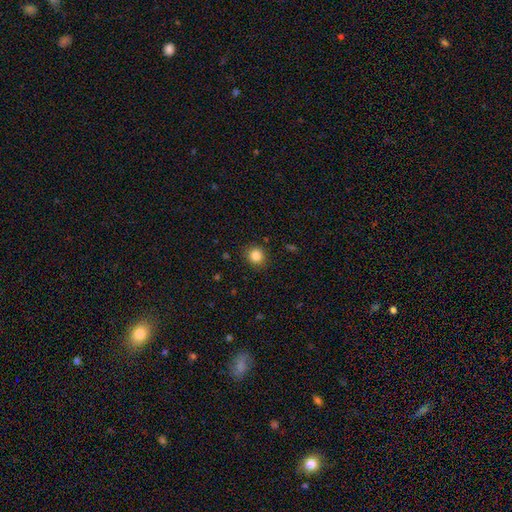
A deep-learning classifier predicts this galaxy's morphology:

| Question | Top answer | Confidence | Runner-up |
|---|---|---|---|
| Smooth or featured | smooth | 84% | star or artifact (11%) |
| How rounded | round | 89% | in between (10%) |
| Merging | none | 89% | minor disturbance (8%) |